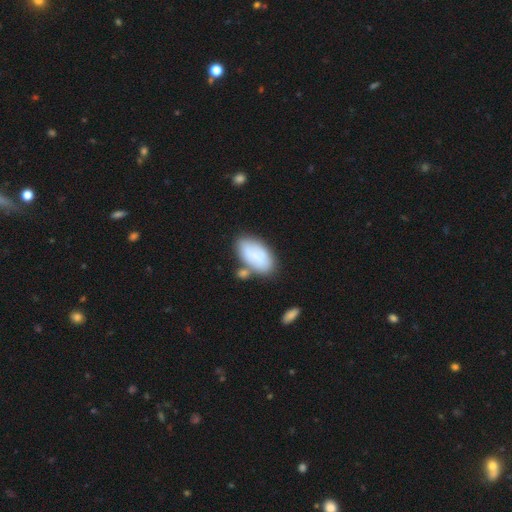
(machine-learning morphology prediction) Smooth or featured? smooth (76%)
How rounded? in between (94%)
Merging? none (57%)